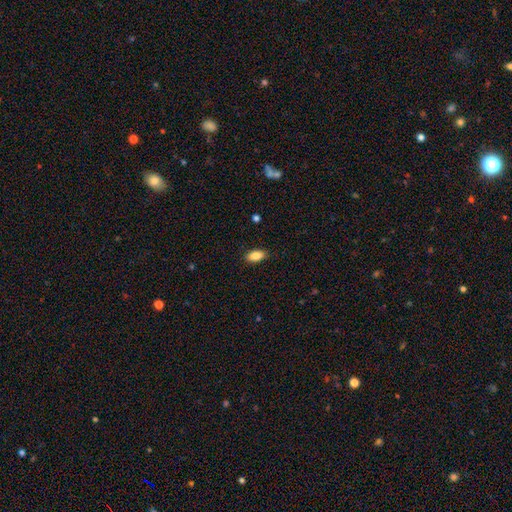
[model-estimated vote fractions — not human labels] A smooth galaxy with no disk features (87%) that is in between round and cigar-shaped (91%). Merging: none (88%).